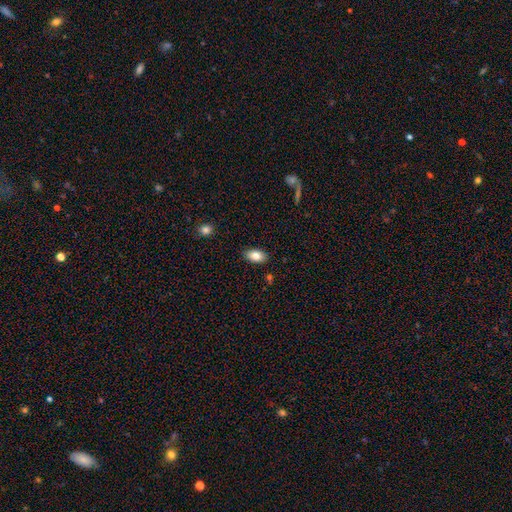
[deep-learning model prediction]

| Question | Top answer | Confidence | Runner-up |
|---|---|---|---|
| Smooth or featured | smooth | 82% | featured or disk (11%) |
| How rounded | in between | 92% | round (5%) |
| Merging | none | 86% | minor disturbance (10%) |